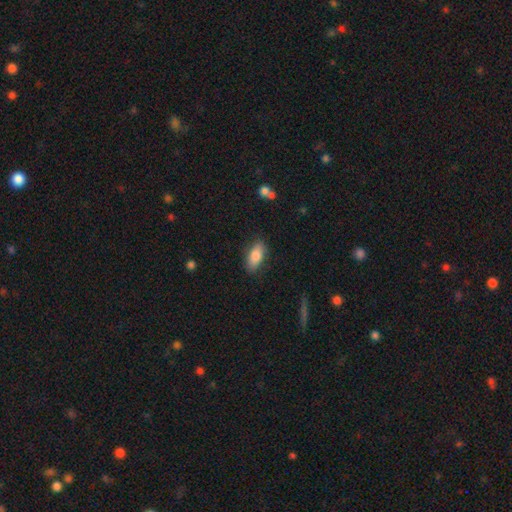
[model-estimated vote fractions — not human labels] Smooth or featured: smooth — 79% (featured or disk — 15%)
How rounded: in between — 83% (cigar-shaped — 14%)
Merging: none — 83% (minor disturbance — 13%)